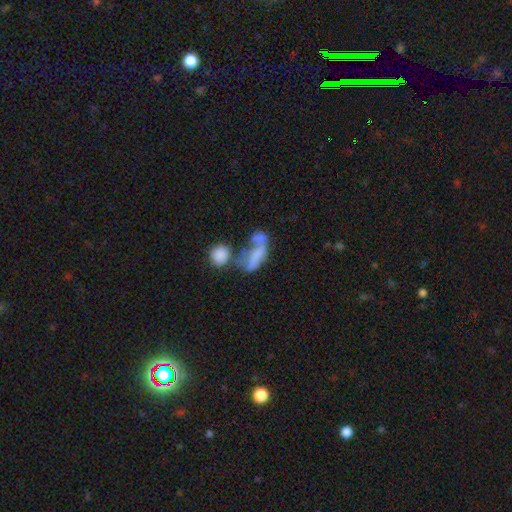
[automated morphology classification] Overall: smooth (60%; featured or disk 29%). How rounded: in between (74%). Merging: merger (51%; major disturbance 21%).